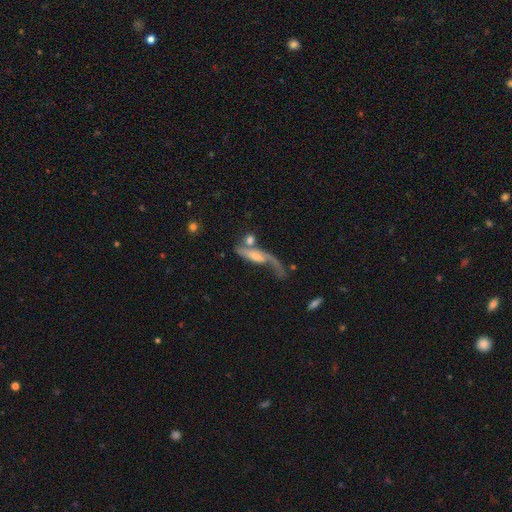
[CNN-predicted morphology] A featured or disk galaxy (60%).

Vote fractions:
- Smooth or featured? featured or disk: 60% / smooth: 32% / star or artifact: 8%
- Edge-on disk? no: 74% / yes: 26%
- Merging? major disturbance: 30% / none: 27% / merger: 27% / minor disturbance: 15%